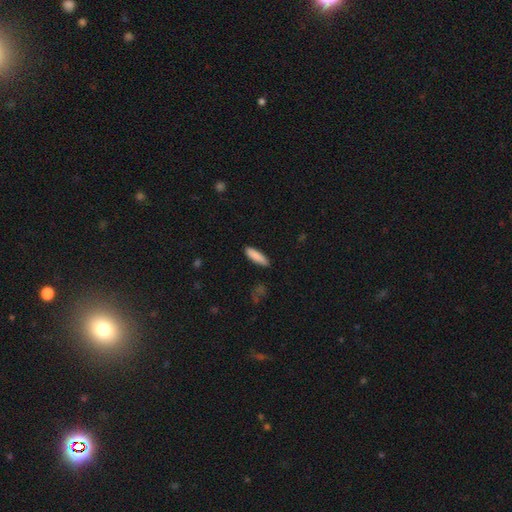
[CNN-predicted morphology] Smooth or featured? Predicted: smooth (p=0.87). How rounded? Predicted: cigar-shaped (p=0.65). Merging? Predicted: none (p=0.87).